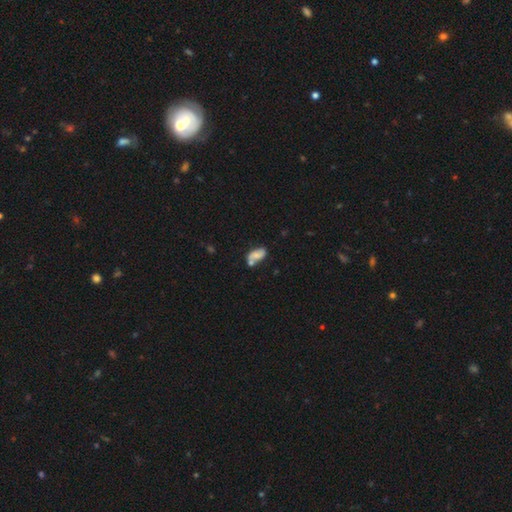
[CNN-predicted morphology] Overall: smooth (58%; featured or disk 32%). How rounded: in between (89%). Merging: none (44%; merger 27%).